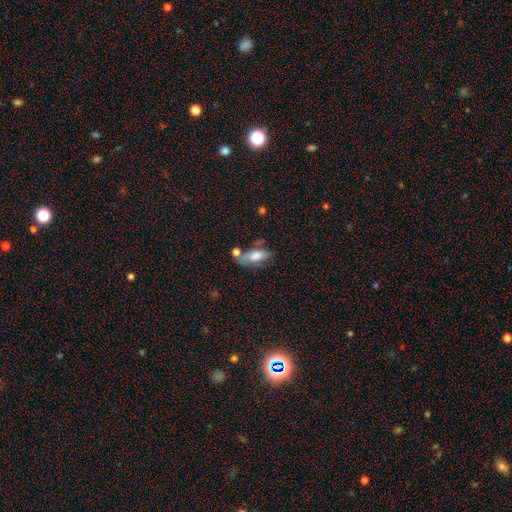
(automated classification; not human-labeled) A smooth galaxy with no disk features (67%) that is in between round and cigar-shaped (83%). Merging: none (44%).